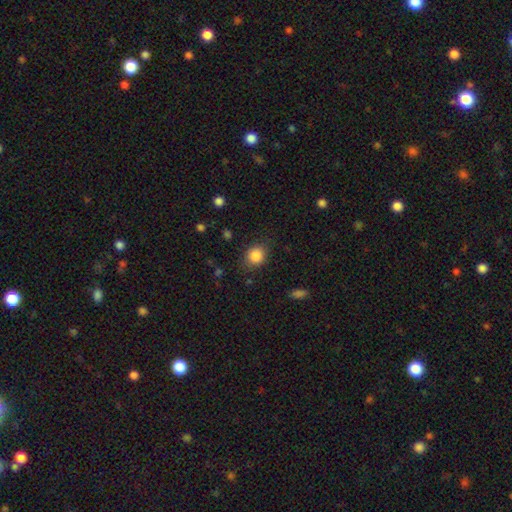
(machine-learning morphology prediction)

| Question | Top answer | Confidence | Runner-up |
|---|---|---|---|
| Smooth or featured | smooth | 85% | star or artifact (10%) |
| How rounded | round | 67% | in between (32%) |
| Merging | none | 78% | minor disturbance (15%) |